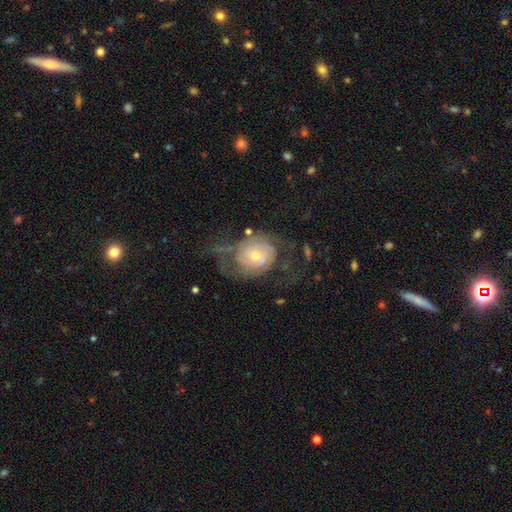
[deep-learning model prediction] Morphology: type=featured or disk (72%); edge-on=no (96%); bar=no (73%); spiral arms=yes (77%); winding=tight (36%, tied with medium); arm count=2 (48%); bulge=moderate (47%); merging=none (43%).